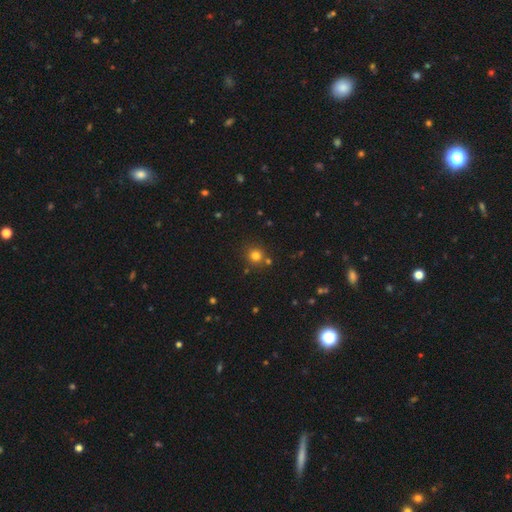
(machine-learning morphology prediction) smooth-or-featured: smooth: 77% | star or artifact: 16% | featured or disk: 7%
  how-rounded: round: 92% | in between: 7% | cigar-shaped: 1%
  merging: none: 78% | merger: 11% | minor disturbance: 8% | major disturbance: 3%